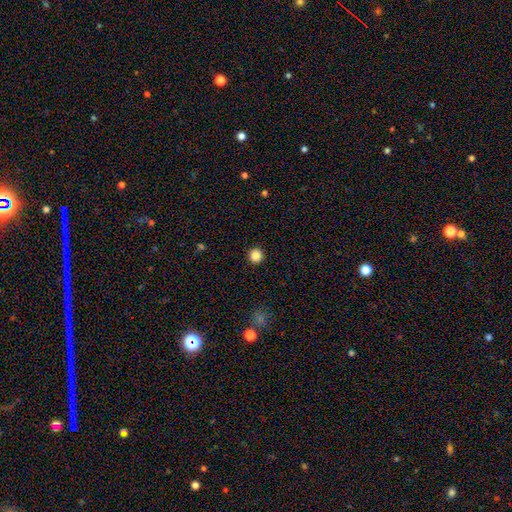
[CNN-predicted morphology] smooth-or-featured: smooth: 86% | star or artifact: 11% | featured or disk: 3%
  how-rounded: round: 95% | in between: 4% | cigar-shaped: 1%
  merging: none: 93% | minor disturbance: 4% | major disturbance: 2% | merger: 1%